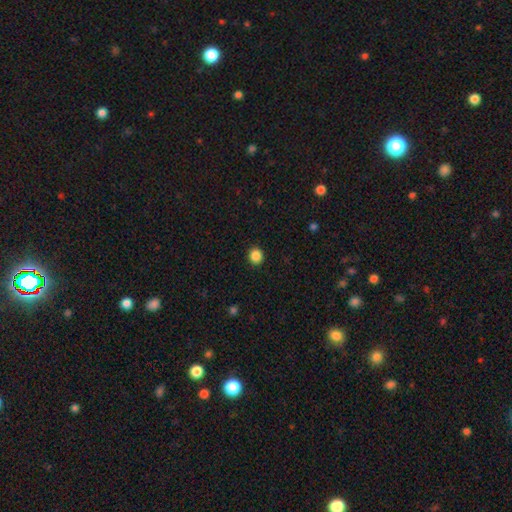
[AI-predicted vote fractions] smooth 87%, star or artifact 11%, featured or disk 3%. Down the decision tree: how rounded — round (87%); merging — none (92%).